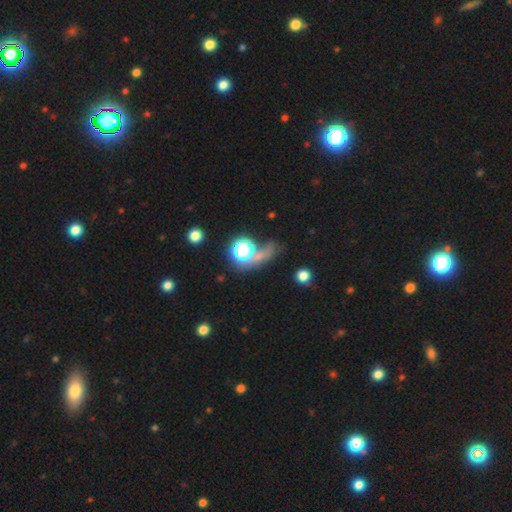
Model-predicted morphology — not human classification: This appears to be a smooth galaxy with no disk features (51%) that is round (63%). Merging: none (44%).